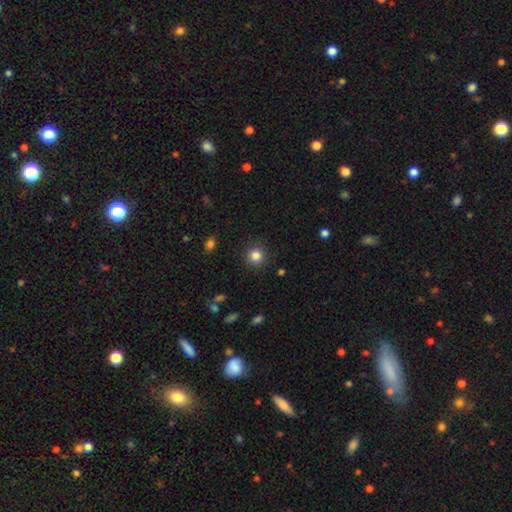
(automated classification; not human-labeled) A smooth galaxy with no disk features (84%) that is round (93%).

Vote fractions:
- Smooth or featured? smooth: 84% / star or artifact: 11% / featured or disk: 5%
- How rounded? round: 93% / in between: 6% / cigar-shaped: 1%
- Merging? none: 90% / minor disturbance: 6% / major disturbance: 3% / merger: 1%